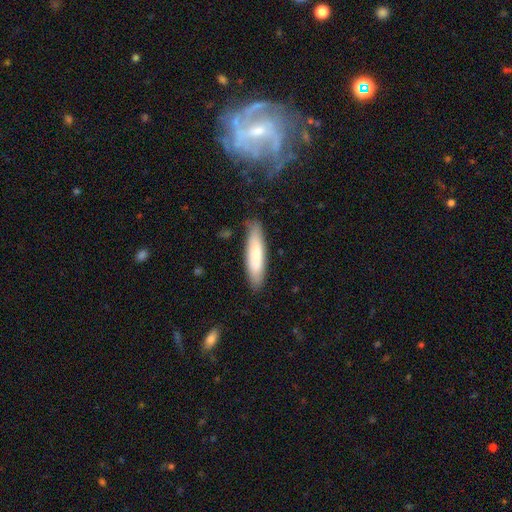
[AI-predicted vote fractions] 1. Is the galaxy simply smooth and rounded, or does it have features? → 77% smooth, 18% featured or disk, 6% star or artifact.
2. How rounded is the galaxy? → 80% cigar-shaped, 19% in between, 1% round.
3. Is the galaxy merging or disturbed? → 85% none, 12% minor disturbance, 2% major disturbance, 1% merger.